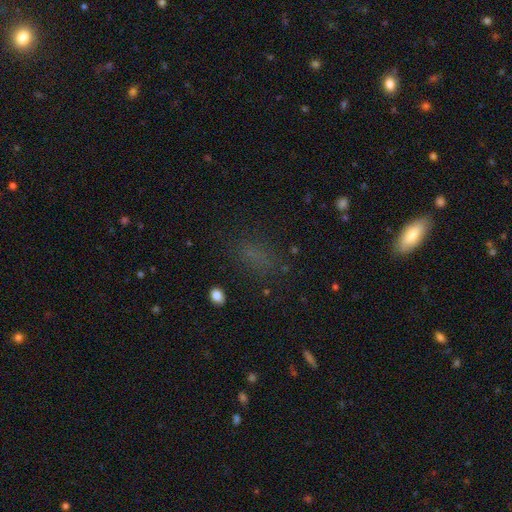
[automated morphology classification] smooth-or-featured: smooth: 61% | star or artifact: 28% | featured or disk: 11%
  how-rounded: in between: 75% | round: 15% | cigar-shaped: 10%
  merging: none: 72% | minor disturbance: 15% | major disturbance: 10% | merger: 3%